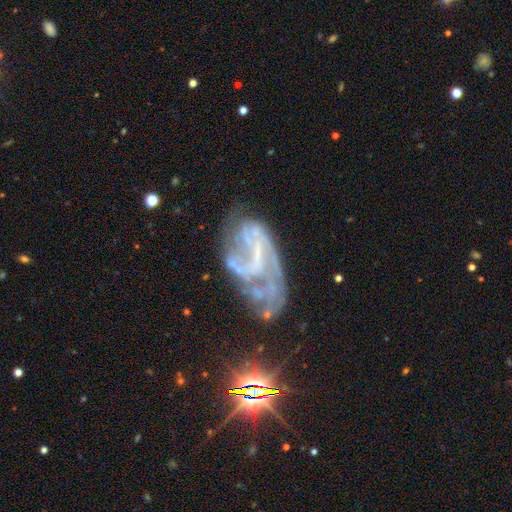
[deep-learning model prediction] Smooth or featured: featured or disk — 78% (star or artifact — 12%)
Edge-on disk: no — 97% (yes — 3%)
Bar: no — 37% (weak — 36%)
Spiral arms: yes — 76% (no — 24%)
Spiral winding: medium — 37% (loose — 36%)
Spiral arm count: 2 — 39% (can't tell — 33%)
Bulge size: none — 58% (small — 31%)
Merging: none — 37% (major disturbance — 31%)